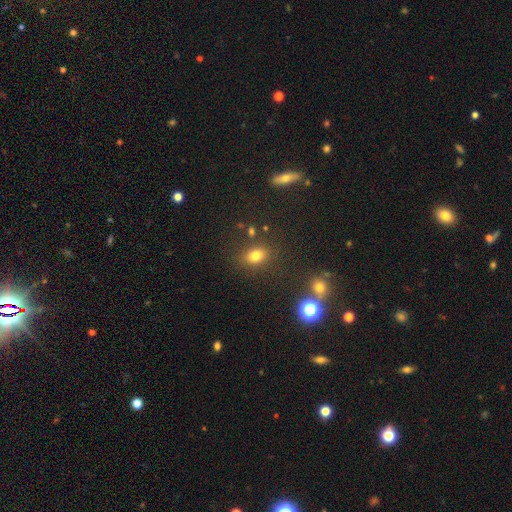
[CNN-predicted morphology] The model was most divided on "how rounded": in between: 64%, round: 35%, cigar-shaped: 2%. More confident: merging — none (80%); smooth or featured — smooth (78%).